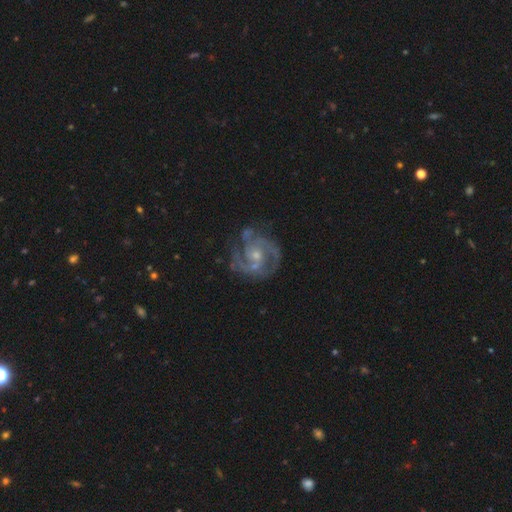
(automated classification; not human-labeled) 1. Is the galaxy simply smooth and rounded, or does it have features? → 90% featured or disk, 6% star or artifact, 4% smooth.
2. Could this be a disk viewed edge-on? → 98% no, 2% yes.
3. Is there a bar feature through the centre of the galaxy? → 62% no, 31% weak, 7% strong.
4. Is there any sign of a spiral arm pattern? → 98% yes, 2% no.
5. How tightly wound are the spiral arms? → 47% medium, 46% tight, 7% loose.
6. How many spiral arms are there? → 44% 2, 33% 3, 9% can't tell, 6% 4, 4% 1, 4% more than 4.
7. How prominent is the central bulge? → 58% small, 37% moderate, 3% none, 1% large, 1% dominant.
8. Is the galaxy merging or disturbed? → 69% none, 18% minor disturbance, 9% major disturbance, 3% merger.